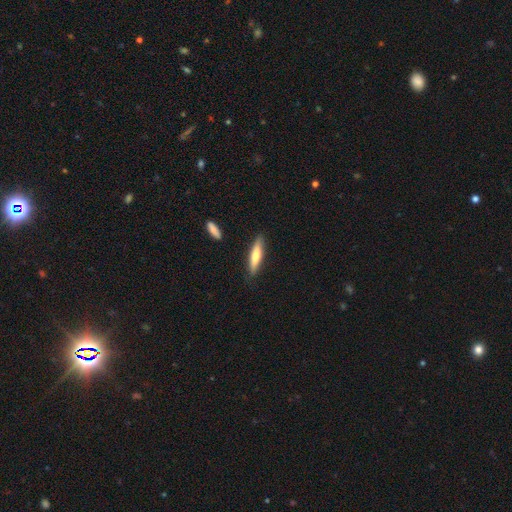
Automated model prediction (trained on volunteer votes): Smooth or featured?
  - smooth: 66% *
  - featured or disk: 28%
  - star or artifact: 6%
How rounded?
  - cigar-shaped: 80% *
  - in between: 19%
  - round: 1%
Merging?
  - none: 86% *
  - minor disturbance: 10%
  - merger: 2%
  - major disturbance: 2%